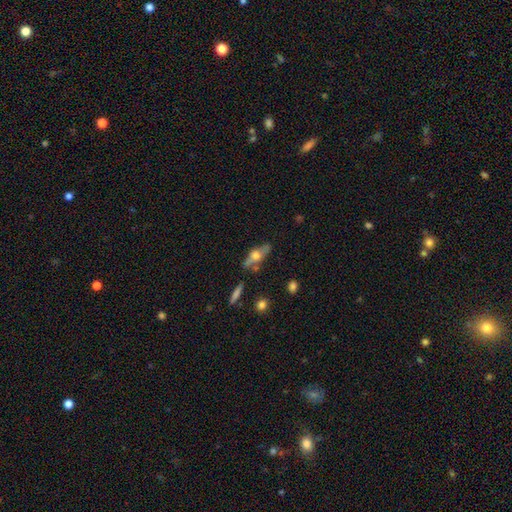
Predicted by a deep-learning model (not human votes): Morphology: type=featured or disk (49%); merging=none (68%).